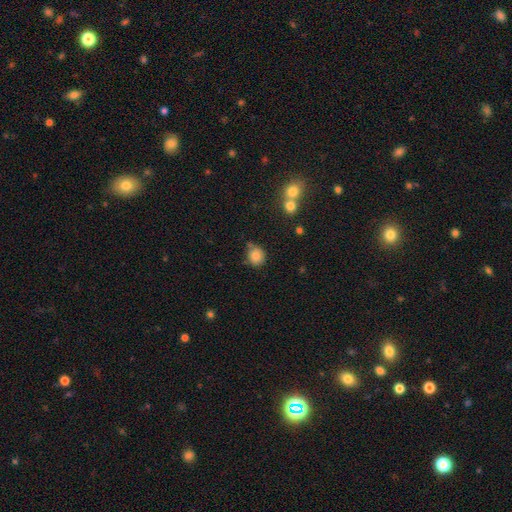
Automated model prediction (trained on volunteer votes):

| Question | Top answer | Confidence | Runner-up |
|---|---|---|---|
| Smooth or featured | smooth | 84% | star or artifact (10%) |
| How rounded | round | 78% | in between (21%) |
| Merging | none | 67% | minor disturbance (21%) |